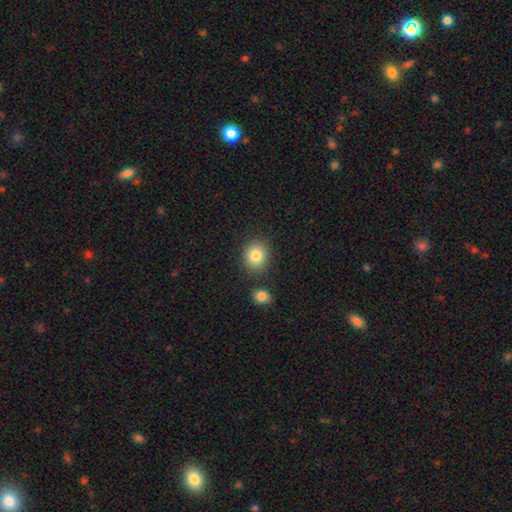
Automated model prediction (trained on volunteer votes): Smooth or featured?
  - smooth: 83% *
  - star or artifact: 10%
  - featured or disk: 7%
How rounded?
  - round: 75% *
  - in between: 24%
  - cigar-shaped: 1%
Merging?
  - none: 82% *
  - minor disturbance: 9%
  - merger: 7%
  - major disturbance: 3%